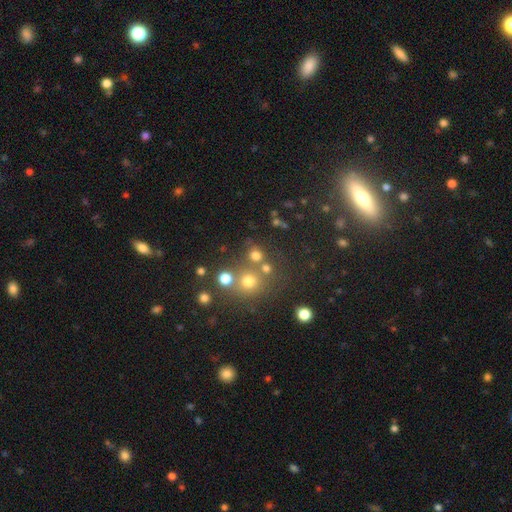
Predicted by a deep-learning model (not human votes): Overall: smooth (70%). How rounded: round (86%). Merging: none (66%).